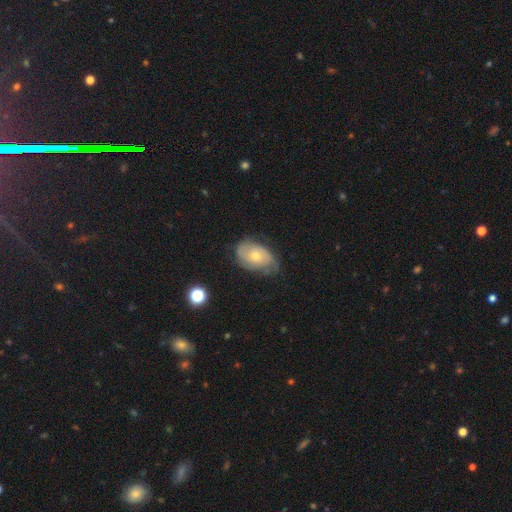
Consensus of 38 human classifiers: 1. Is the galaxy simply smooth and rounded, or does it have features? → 66% featured or disk, 34% smooth, 0% star or artifact.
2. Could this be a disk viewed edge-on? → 92% no, 8% yes.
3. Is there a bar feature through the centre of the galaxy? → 96% no, 4% weak, 0% strong.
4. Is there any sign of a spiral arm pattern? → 57% yes, 43% no.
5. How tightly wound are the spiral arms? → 69% tight, 23% medium, 8% loose.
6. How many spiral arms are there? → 46% can't tell, 23% 2, 23% 3, 8% 4, 0% 1, 0% more than 4.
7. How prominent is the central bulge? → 61% small, 35% moderate, 4% large, 0% dominant, 0% none.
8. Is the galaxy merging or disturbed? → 61% none, 32% minor disturbance, 8% major disturbance, 0% merger.